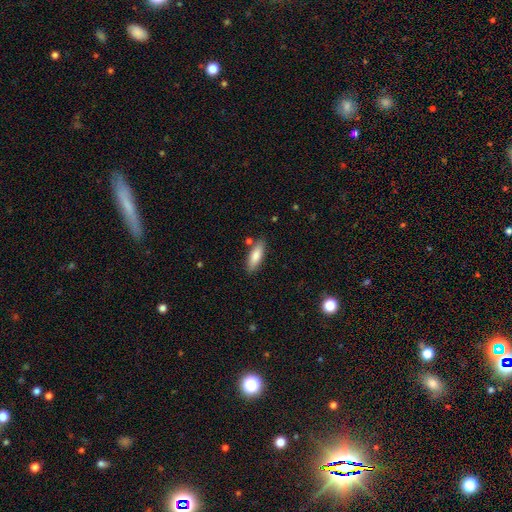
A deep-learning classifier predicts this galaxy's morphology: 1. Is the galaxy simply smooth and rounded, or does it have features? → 82% smooth, 12% featured or disk, 6% star or artifact.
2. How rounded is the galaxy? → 61% in between, 37% cigar-shaped, 2% round.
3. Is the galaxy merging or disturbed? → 82% none, 12% minor disturbance, 4% merger, 2% major disturbance.